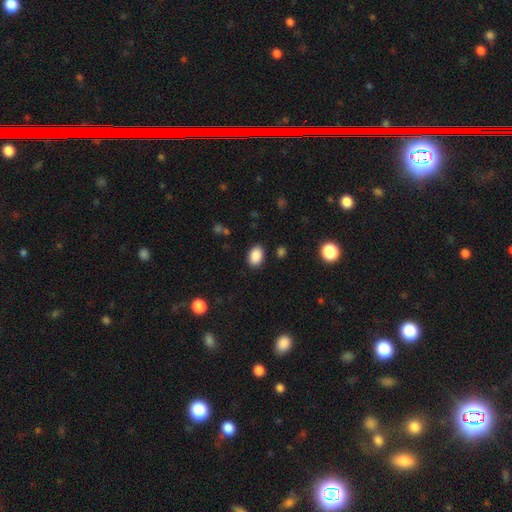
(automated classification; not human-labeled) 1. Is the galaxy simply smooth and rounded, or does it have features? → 88% smooth, 8% star or artifact, 3% featured or disk.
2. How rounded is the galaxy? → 82% in between, 17% round, 1% cigar-shaped.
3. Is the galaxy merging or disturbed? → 87% none, 9% minor disturbance, 3% major disturbance, 1% merger.